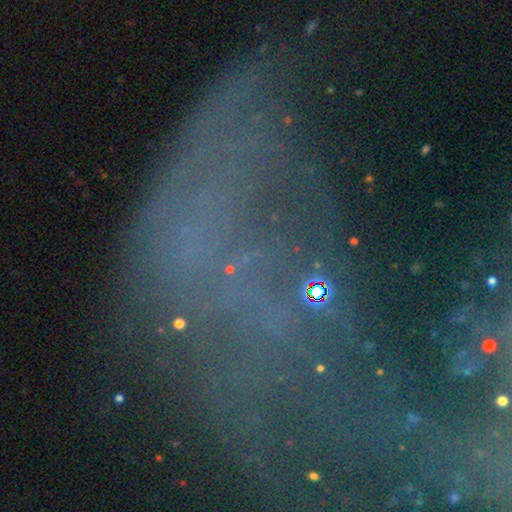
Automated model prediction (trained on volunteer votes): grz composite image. It shows a star or artifact, not a galaxy (59%).